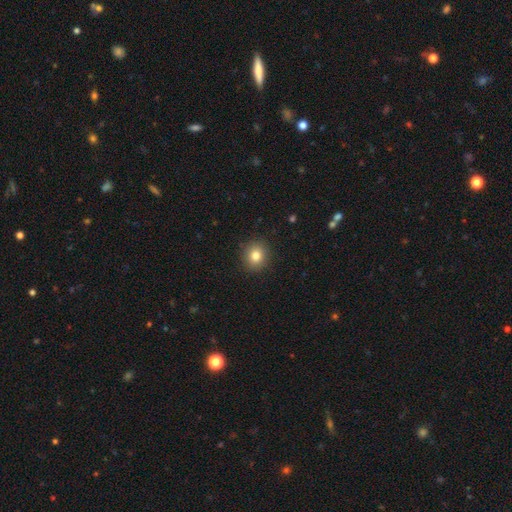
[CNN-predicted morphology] A smooth galaxy with no disk features (81%) that is round (84%).

Vote fractions:
- Smooth or featured? smooth: 81% / star or artifact: 11% / featured or disk: 7%
- How rounded? round: 84% / in between: 15% / cigar-shaped: 1%
- Merging? none: 91% / minor disturbance: 6% / major disturbance: 2% / merger: 1%